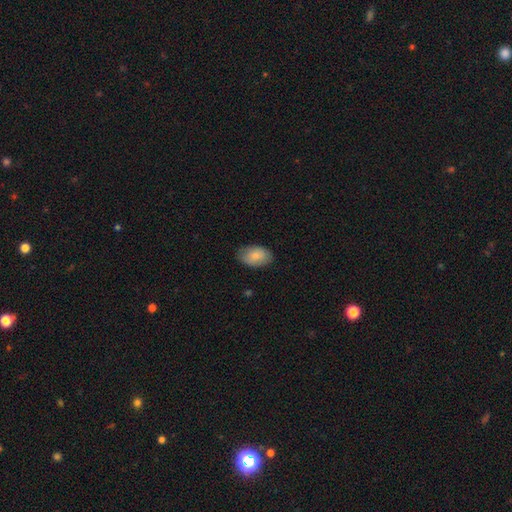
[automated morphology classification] smooth-or-featured: smooth: 84% | featured or disk: 10% | star or artifact: 6%
  how-rounded: in between: 91% | round: 8% | cigar-shaped: 1%
  merging: none: 80% | minor disturbance: 16% | major disturbance: 3% | merger: 1%